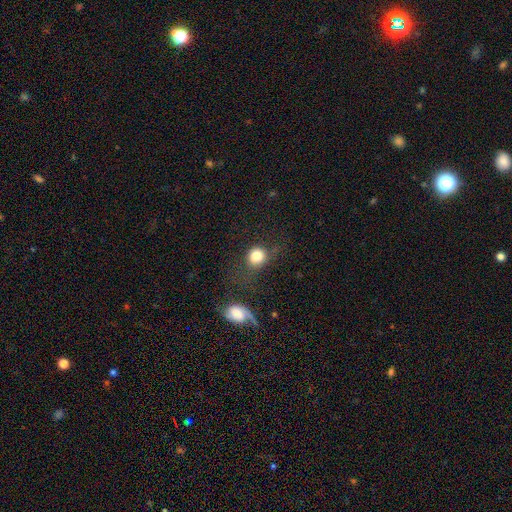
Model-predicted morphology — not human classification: smooth 81%, featured or disk 11%, star or artifact 8%. Down the decision tree: how rounded — round (76%); merging — none (48%).